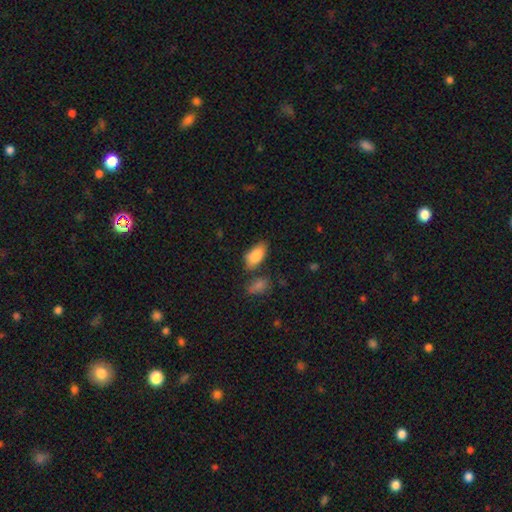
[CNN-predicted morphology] The model was most divided on "merging": none: 69%, minor disturbance: 18%, merger: 9%, major disturbance: 4%. More confident: how rounded — in between (93%); smooth or featured — smooth (85%).